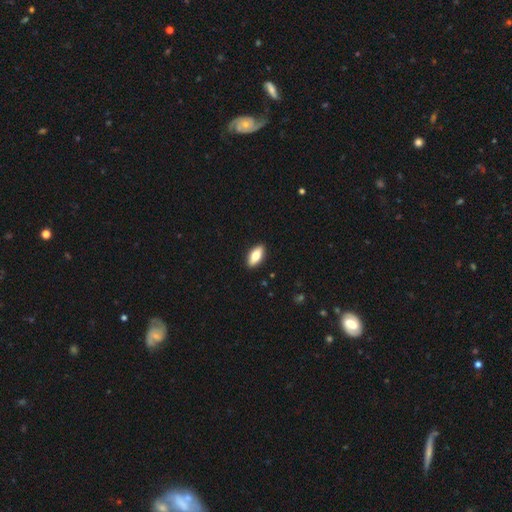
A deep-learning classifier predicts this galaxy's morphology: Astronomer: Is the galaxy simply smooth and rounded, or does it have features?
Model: smooth — 74%.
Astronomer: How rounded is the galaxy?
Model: in between — 86%.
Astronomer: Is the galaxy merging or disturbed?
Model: none — 91%.